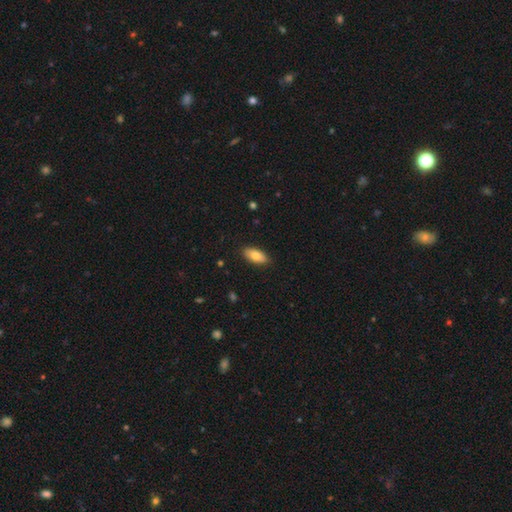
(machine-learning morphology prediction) Overall: smooth (78%). How rounded: in between (89%). Merging: none (88%).